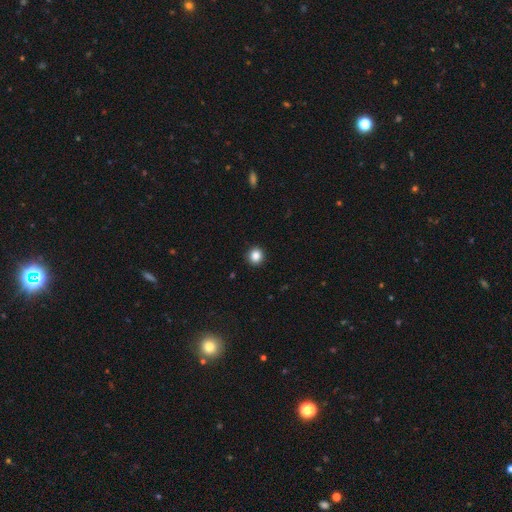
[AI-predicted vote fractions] Smooth or featured: smooth — 86% (star or artifact — 10%)
How rounded: round — 92% (in between — 7%)
Merging: none — 92% (minor disturbance — 5%)